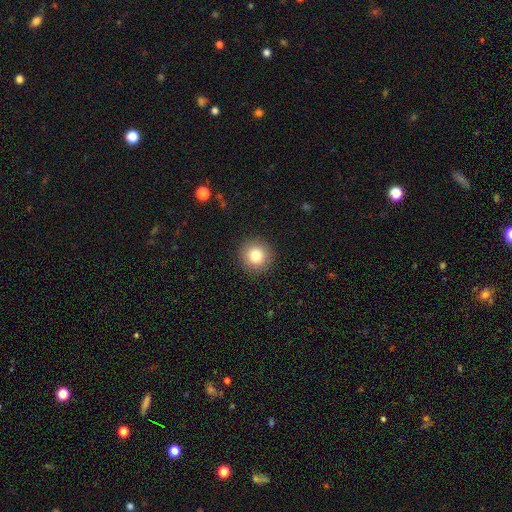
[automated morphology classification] Smooth or featured?
  - smooth: 83% *
  - star or artifact: 10%
  - featured or disk: 8%
How rounded?
  - round: 94% *
  - in between: 5%
  - cigar-shaped: 1%
Merging?
  - none: 92% *
  - minor disturbance: 5%
  - major disturbance: 2%
  - merger: 1%